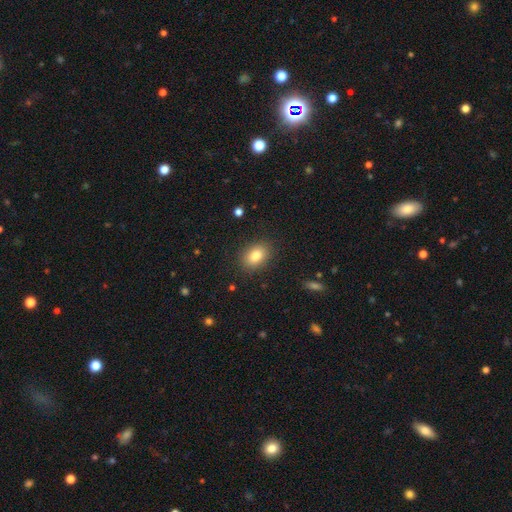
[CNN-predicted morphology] Smooth or featured?
  - smooth: 82% *
  - star or artifact: 9%
  - featured or disk: 8%
How rounded?
  - in between: 71% *
  - round: 28%
  - cigar-shaped: 1%
Merging?
  - none: 87% *
  - minor disturbance: 9%
  - major disturbance: 3%
  - merger: 1%